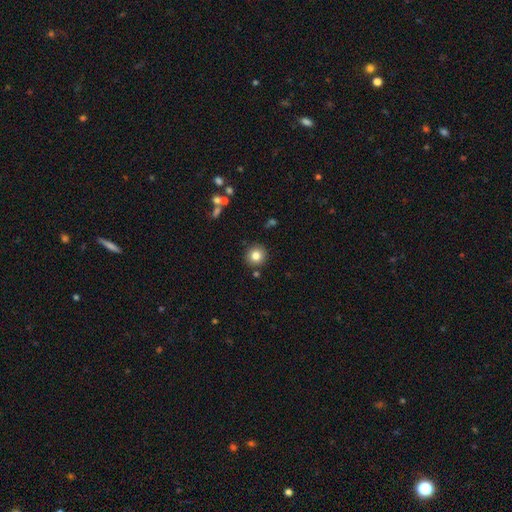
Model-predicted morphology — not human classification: smooth_or_featured: smooth (p=0.81) [alt: star or artifact p=0.11]
how_rounded: round (p=0.93) [alt: in between p=0.06]
merging: none (p=0.87) [alt: minor disturbance p=0.07]